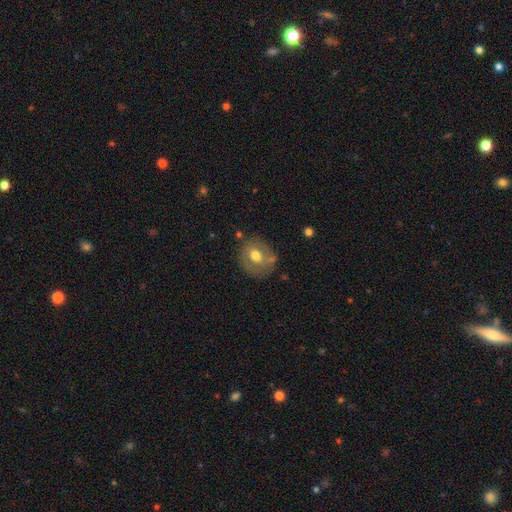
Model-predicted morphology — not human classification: smooth-or-featured: smooth: 60% | featured or disk: 33% | star or artifact: 8%
  how-rounded: round: 71% | in between: 28% | cigar-shaped: 1%
  merging: none: 72% | minor disturbance: 17% | major disturbance: 6% | merger: 5%